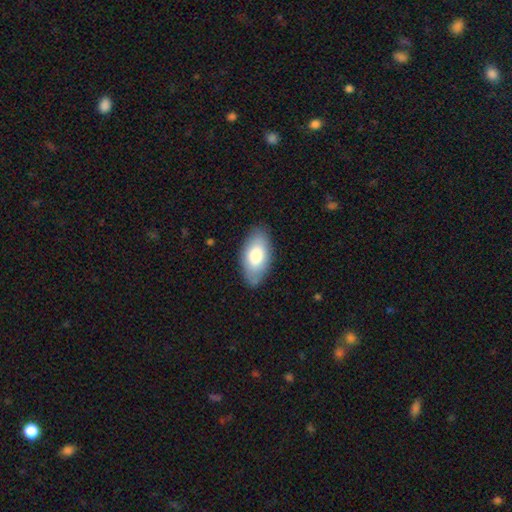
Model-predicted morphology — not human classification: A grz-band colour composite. It shows a smooth galaxy with no disk features (78%) that is in between round and cigar-shaped (94%). Merging: none (84%).